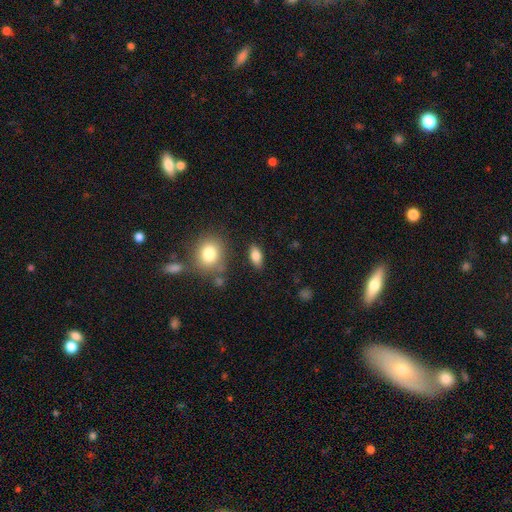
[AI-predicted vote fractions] The model was most divided on "merging": none: 83%, minor disturbance: 11%, merger: 3%, major disturbance: 3%. More confident: how rounded — in between (86%); smooth or featured — smooth (83%).